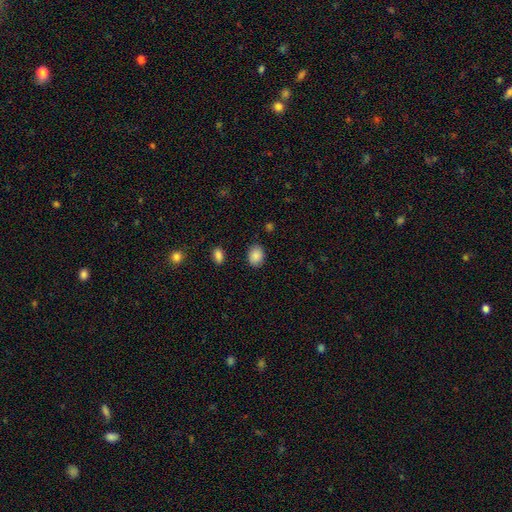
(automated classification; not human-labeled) This appears to be a smooth galaxy with no disk features (88%) that is in between round and cigar-shaped (66%). Merging: none (85%).